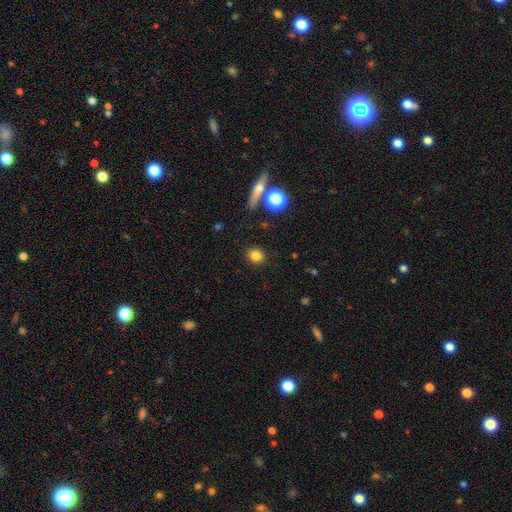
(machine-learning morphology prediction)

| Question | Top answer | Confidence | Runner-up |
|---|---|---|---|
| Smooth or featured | smooth | 82% | star or artifact (12%) |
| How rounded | round | 83% | in between (15%) |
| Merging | none | 89% | minor disturbance (6%) |